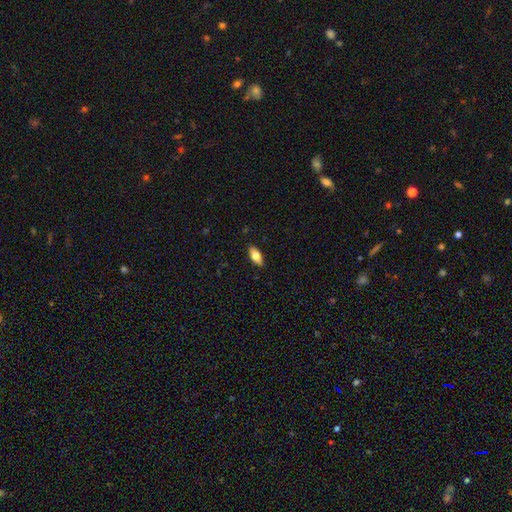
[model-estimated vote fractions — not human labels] Smooth or featured?
  - smooth: 67% *
  - featured or disk: 26%
  - star or artifact: 7%
How rounded?
  - in between: 81% *
  - cigar-shaped: 16%
  - round: 3%
Merging?
  - none: 88% *
  - minor disturbance: 9%
  - major disturbance: 2%
  - merger: 1%